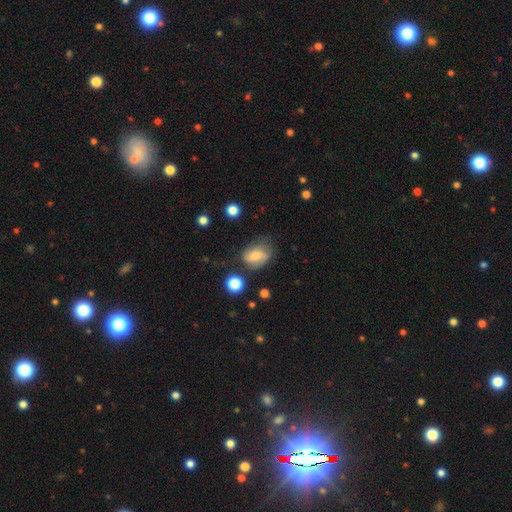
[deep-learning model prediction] Morphology: type=smooth (64%); roundness=in between (77%); merging=none (49%).